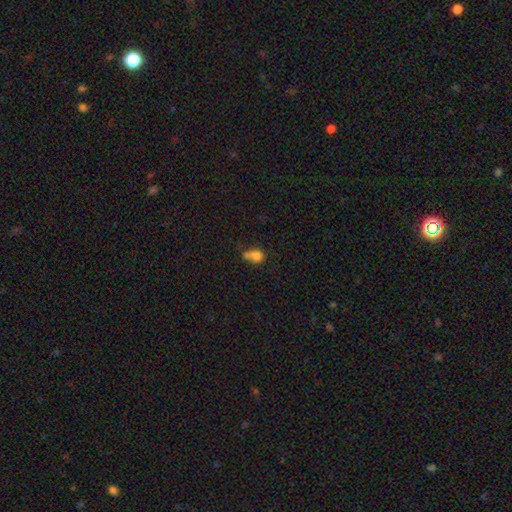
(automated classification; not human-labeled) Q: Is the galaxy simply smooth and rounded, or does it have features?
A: smooth — 74%.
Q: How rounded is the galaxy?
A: round — 53%.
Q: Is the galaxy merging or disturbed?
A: merger — 35%.